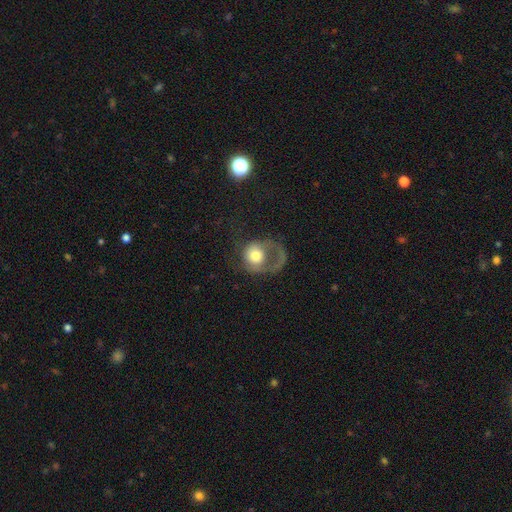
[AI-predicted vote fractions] Smooth or featured? smooth (49%)
Merging? major disturbance (60%)